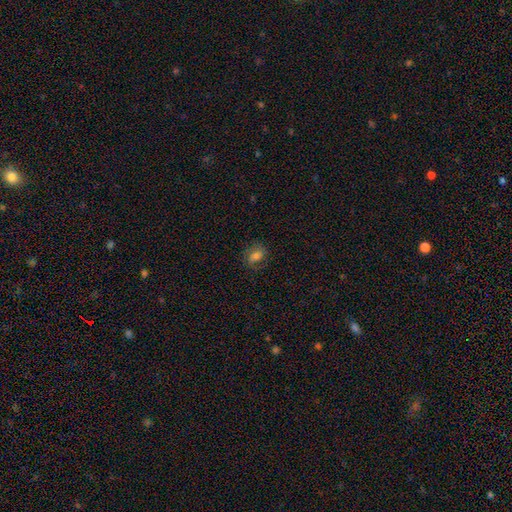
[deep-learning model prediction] smooth_or_featured: smooth (p=0.61) [alt: featured or disk p=0.26]
how_rounded: in between (p=0.62) [alt: round p=0.37]
merging: none (p=0.73) [alt: minor disturbance p=0.18]